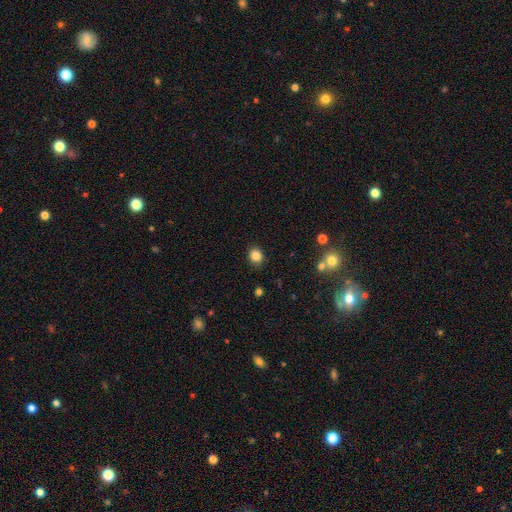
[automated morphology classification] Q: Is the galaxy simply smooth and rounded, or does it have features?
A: smooth — 84%.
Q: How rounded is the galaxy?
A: round — 70%.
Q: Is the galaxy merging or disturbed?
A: none — 89%.